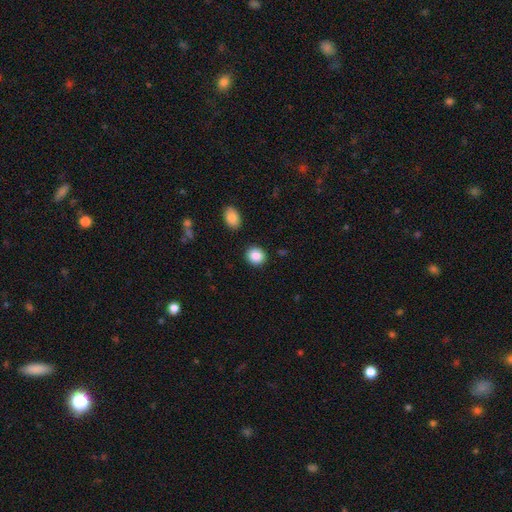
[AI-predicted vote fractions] Smooth or featured?
  - smooth: 89% *
  - star or artifact: 8%
  - featured or disk: 3%
How rounded?
  - round: 80% *
  - in between: 19%
  - cigar-shaped: 1%
Merging?
  - none: 87% *
  - minor disturbance: 8%
  - merger: 3%
  - major disturbance: 2%